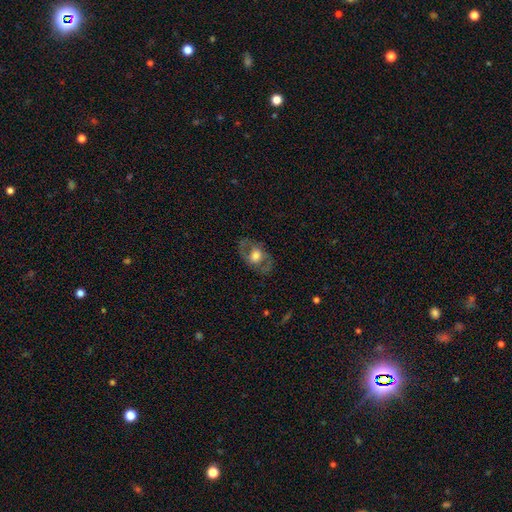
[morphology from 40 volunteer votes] This is likely a featured or disk galaxy (65%). It is clearly not viewed edge-on (81%). Bar: clearly no (86%). Spiral arm pattern: possibly no (57%). Central bulge: possibly large (52%). Merging: likely none (67%).